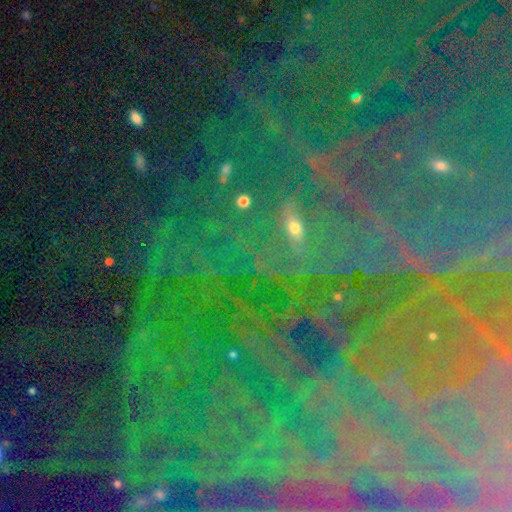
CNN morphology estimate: type=star or artifact (82%).